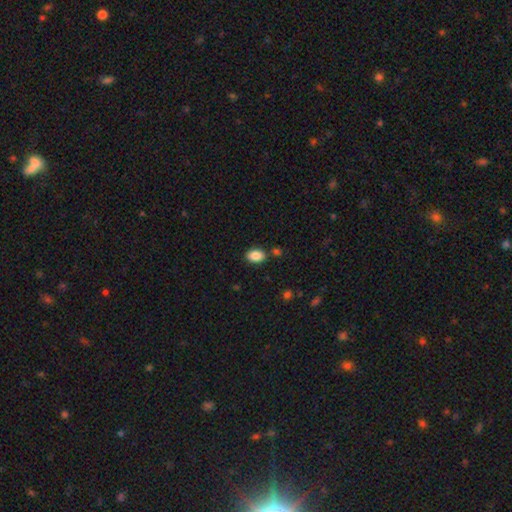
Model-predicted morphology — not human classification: Smooth or featured? Predicted: smooth (p=0.87). How rounded? Predicted: in between (p=0.83). Merging? Predicted: none (p=0.82).